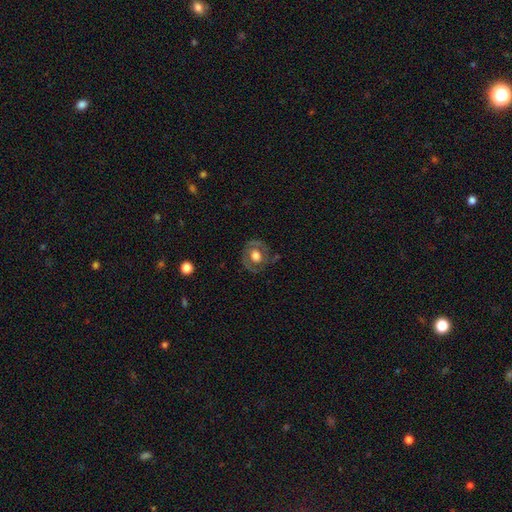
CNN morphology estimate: Q: Smooth or featured?
A: featured or disk (55%); runner-up: smooth (38%)
Q: Edge-on disk?
A: no (96%); runner-up: yes (4%)
Q: Bar?
A: no (79%); runner-up: weak (17%)
Q: Spiral arms?
A: no (60%); runner-up: yes (40%)
Q: Bulge size?
A: large (49%); runner-up: moderate (42%)
Q: Merging?
A: none (72%); runner-up: minor disturbance (18%)